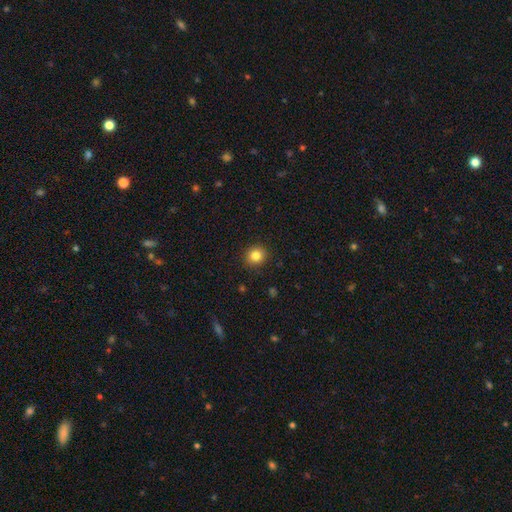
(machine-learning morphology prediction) This is clearly a smooth galaxy (83%). How rounded: clearly round (85%). Merging: clearly none (91%).